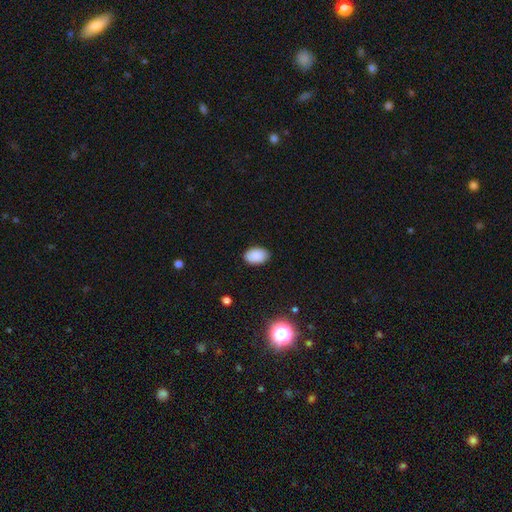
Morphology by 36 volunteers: Overall: smooth (89%). How rounded: in between (88%). Merging: none (88%).